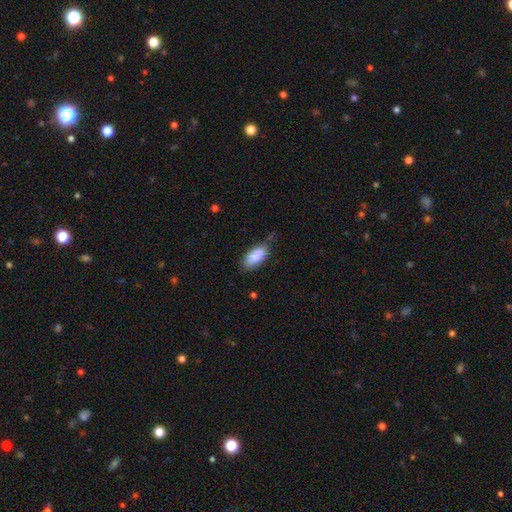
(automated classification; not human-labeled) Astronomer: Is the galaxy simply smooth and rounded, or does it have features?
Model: smooth — 88%.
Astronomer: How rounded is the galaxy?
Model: in between — 90%.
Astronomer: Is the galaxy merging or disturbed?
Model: none — 60%.